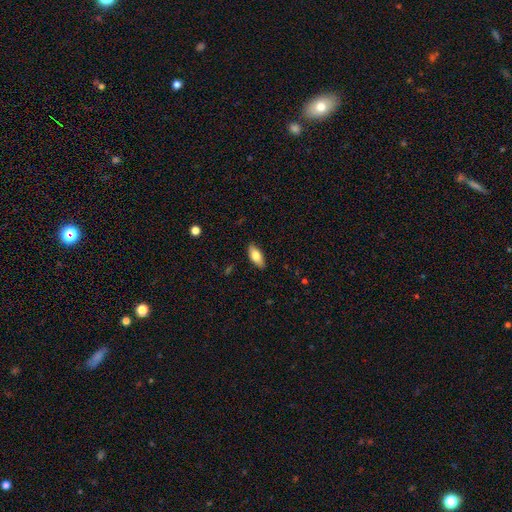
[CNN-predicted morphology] This appears to be a smooth galaxy with no disk features (76%) that is in between round and cigar-shaped (86%). Merging: none (87%).